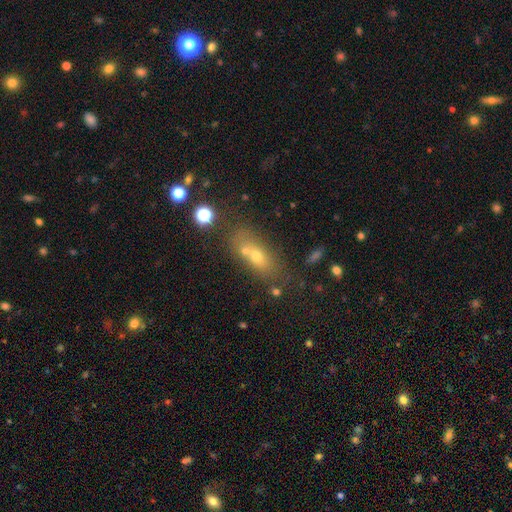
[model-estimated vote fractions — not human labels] Smooth or featured?
  - smooth: 59% *
  - featured or disk: 24%
  - star or artifact: 17%
How rounded?
  - in between: 64% *
  - round: 19%
  - cigar-shaped: 17%
Merging?
  - none: 44% *
  - merger: 39%
  - minor disturbance: 11%
  - major disturbance: 6%